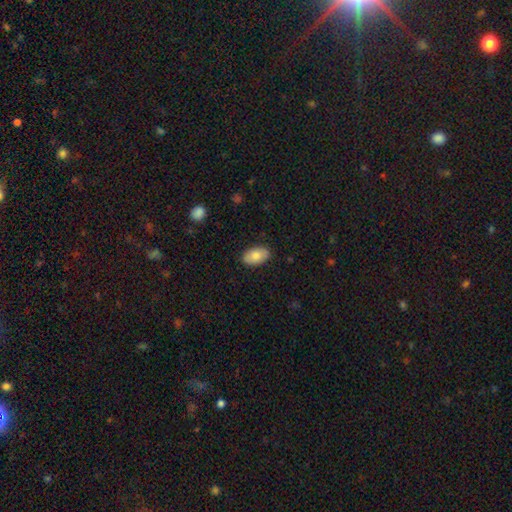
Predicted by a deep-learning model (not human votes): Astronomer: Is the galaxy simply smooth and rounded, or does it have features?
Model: smooth — 82%.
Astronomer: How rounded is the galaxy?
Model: in between — 93%.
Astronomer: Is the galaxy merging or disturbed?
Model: none — 87%.